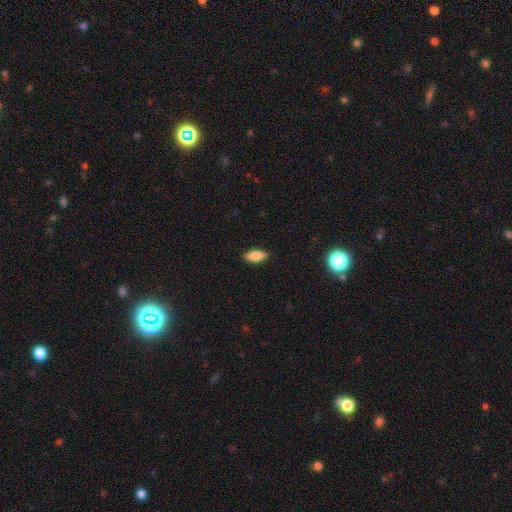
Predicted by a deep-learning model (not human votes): smooth 83%, featured or disk 10%, star or artifact 7%. Down the decision tree: how rounded — in between (79%); merging — none (89%).